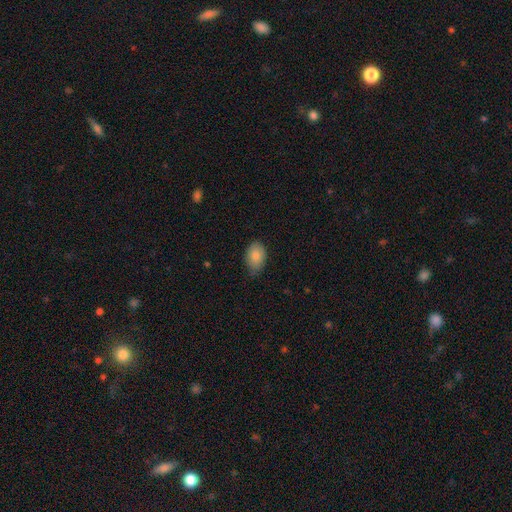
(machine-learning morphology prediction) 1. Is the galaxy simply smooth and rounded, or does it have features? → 85% smooth, 8% featured or disk, 7% star or artifact.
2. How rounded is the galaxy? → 87% in between, 12% round, 1% cigar-shaped.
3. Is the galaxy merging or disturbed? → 67% none, 28% minor disturbance, 4% major disturbance, 1% merger.